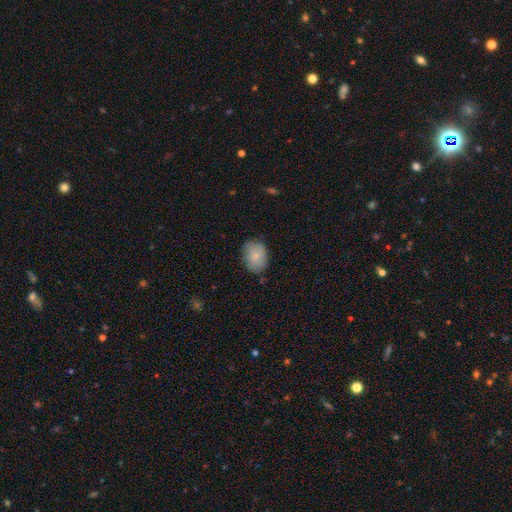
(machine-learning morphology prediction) A smooth galaxy with no disk features (80%) that is in between round and cigar-shaped (66%).

Vote fractions:
- Smooth or featured? smooth: 80% / featured or disk: 13% / star or artifact: 7%
- How rounded? in between: 66% / round: 33% / cigar-shaped: 1%
- Merging? none: 76% / minor disturbance: 19% / major disturbance: 4% / merger: 2%